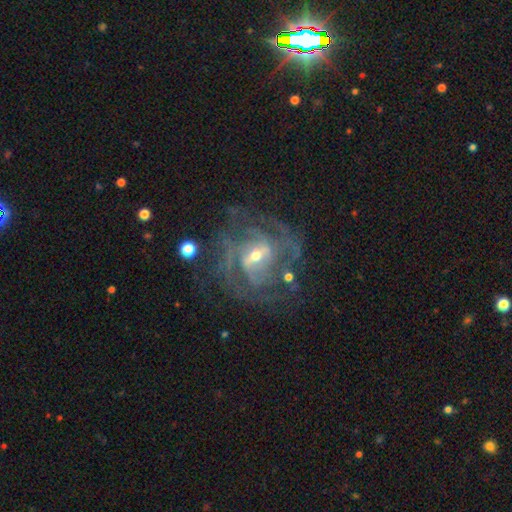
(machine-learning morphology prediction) This is clearly a featured or disk galaxy (86%). It is clearly not viewed edge-on (97%). Bar: possibly weak (47%). Spiral arm pattern: clearly yes (90%). Spiral arm count: marginally can't tell (32%). Spiral winding: marginally tight (44%). Central bulge: possibly small (52%). Merging: likely none (61%).